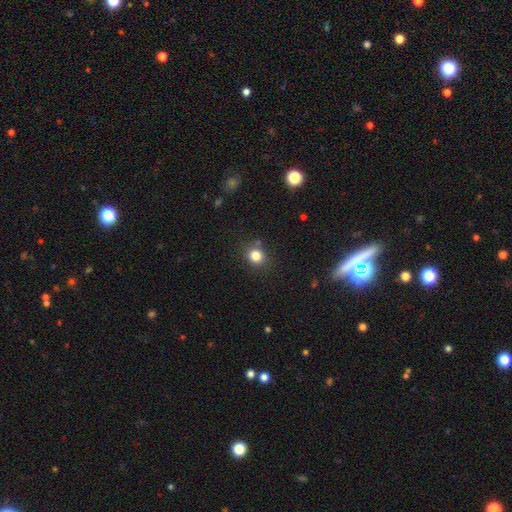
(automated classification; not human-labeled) smooth 81%, star or artifact 13%, featured or disk 6%. Down the decision tree: how rounded — round (78%); merging — none (80%).